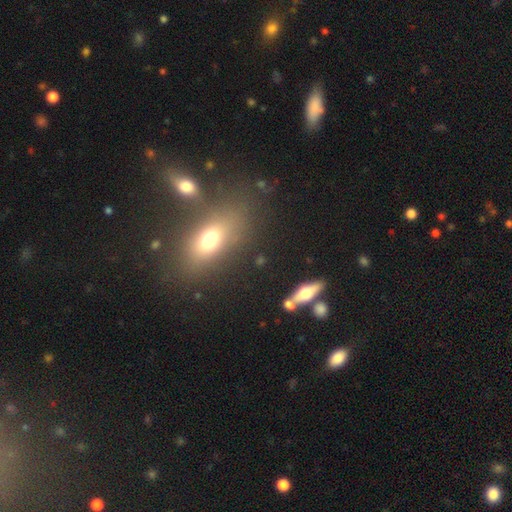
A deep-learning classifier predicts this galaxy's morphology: Smooth or featured?
  - smooth: 56% *
  - star or artifact: 24%
  - featured or disk: 20%
How rounded?
  - in between: 75% *
  - round: 15%
  - cigar-shaped: 10%
Merging?
  - none: 75% *
  - minor disturbance: 11%
  - merger: 8%
  - major disturbance: 6%